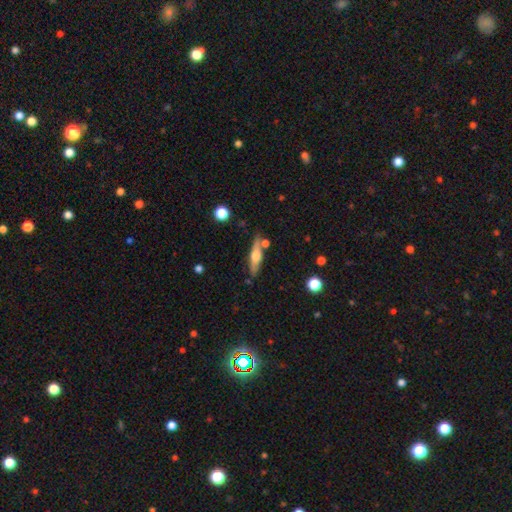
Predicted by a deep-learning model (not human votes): featured or disk 55%, smooth 39%, star or artifact 7%. Down the decision tree: edge-on disk — yes (93%); edge-on bulge — rounded (90%); merging — none (75%).